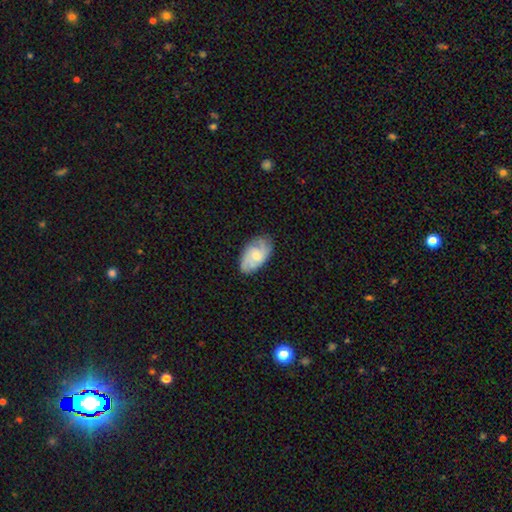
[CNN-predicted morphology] A featured or disk galaxy (61%) with no bar (64%), tight (44%) spiral arms (90%) and a moderate central bulge (45%). Merging: none (75%).